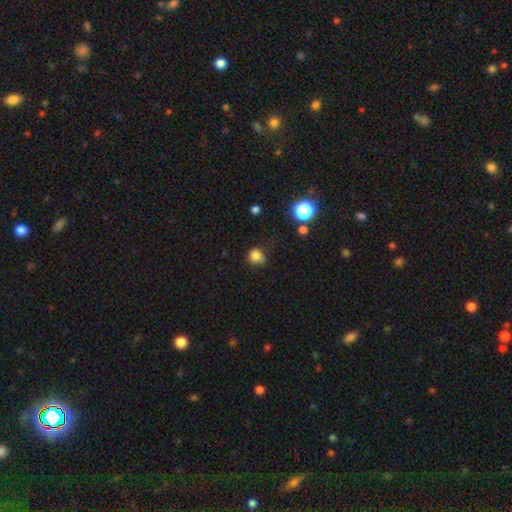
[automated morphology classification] type=smooth (81%); roundness=round (83%); merging=none (63%).